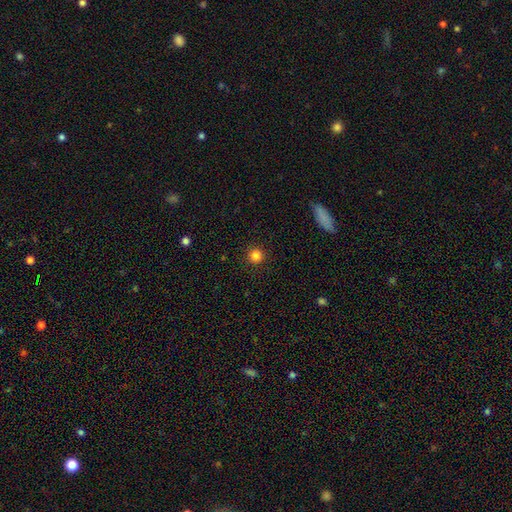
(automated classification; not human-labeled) Q: Smooth or featured?
A: smooth (84%); runner-up: star or artifact (12%)
Q: How rounded?
A: round (96%); runner-up: in between (3%)
Q: Merging?
A: none (92%); runner-up: minor disturbance (5%)